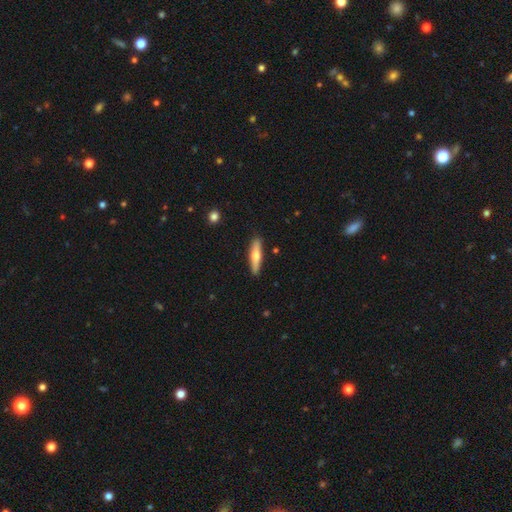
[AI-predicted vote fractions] Overall: smooth (54%; featured or disk 41%). How rounded: cigar-shaped (81%). Merging: none (89%).